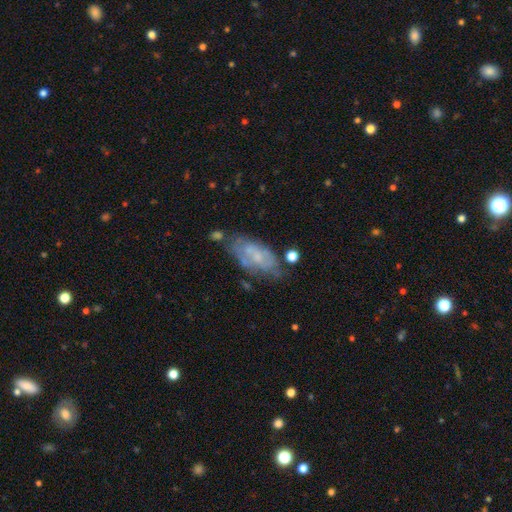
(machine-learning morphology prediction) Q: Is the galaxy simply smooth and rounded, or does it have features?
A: featured or disk — 56%.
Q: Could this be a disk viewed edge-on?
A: no — 91%.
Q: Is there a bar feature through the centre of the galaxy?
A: no — 69%.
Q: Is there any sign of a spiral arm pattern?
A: yes — 54%.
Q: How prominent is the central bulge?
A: small — 63%.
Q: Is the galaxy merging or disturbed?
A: none — 51%.